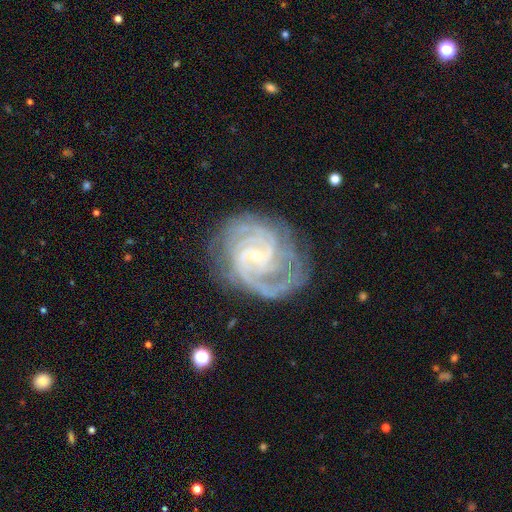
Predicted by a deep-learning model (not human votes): Smooth or featured: featured or disk — 91% (star or artifact — 5%)
Edge-on disk: no — 98% (yes — 2%)
Bar: no — 50% (weak — 38%)
Spiral arms: yes — 98% (no — 2%)
Spiral winding: tight — 65% (medium — 31%)
Spiral arm count: 2 — 32% (3 — 23%)
Bulge size: small — 81% (moderate — 15%)
Merging: none — 73% (minor disturbance — 17%)